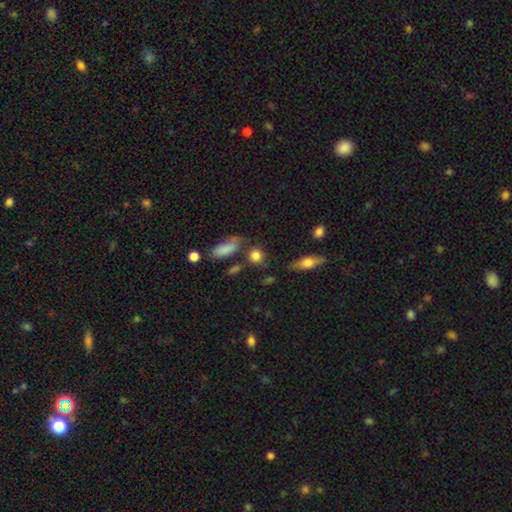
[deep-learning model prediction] The model was most divided on "merging": none: 71%, minor disturbance: 14%, merger: 10%, major disturbance: 5%. More confident: smooth or featured — smooth (82%); how rounded — round (77%).